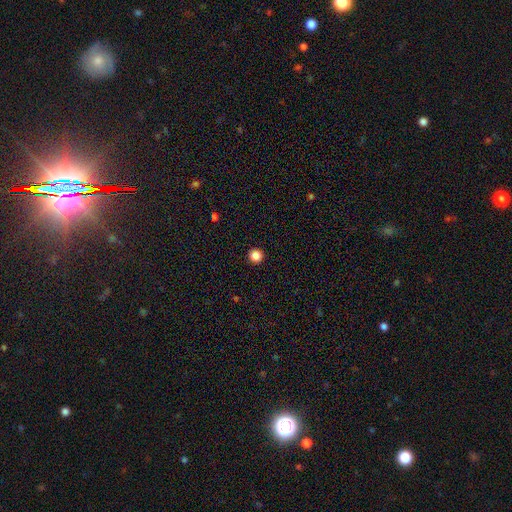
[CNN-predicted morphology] A smooth galaxy with no disk features (86%) that is round (96%). Merging: none (94%).